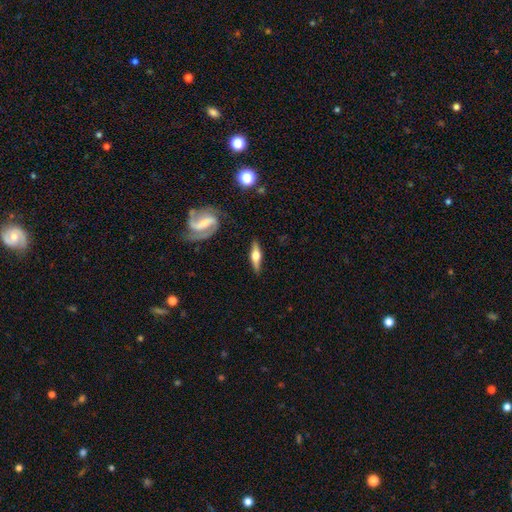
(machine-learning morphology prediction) featured or disk 71%, smooth 24%, star or artifact 5%. Down the decision tree: edge-on disk — yes (88%); edge-on bulge — rounded (93%); merging — none (84%).